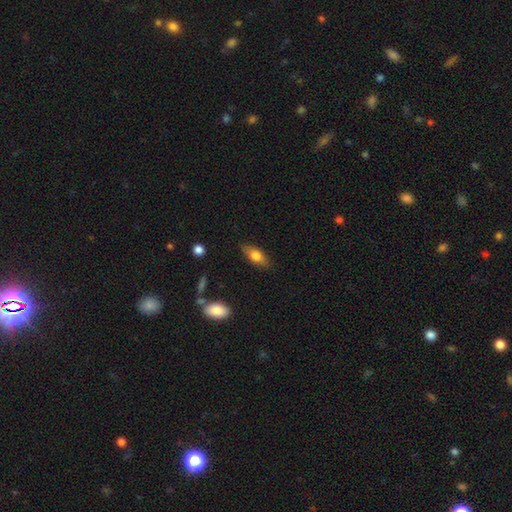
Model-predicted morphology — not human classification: type=smooth (71%); roundness=in between (78%); merging=none (83%).